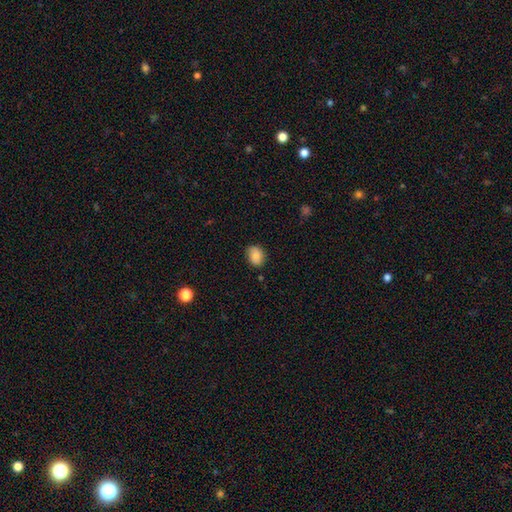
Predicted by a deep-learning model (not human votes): Morphology: type=smooth (85%); roundness=in between (59%); merging=none (80%).